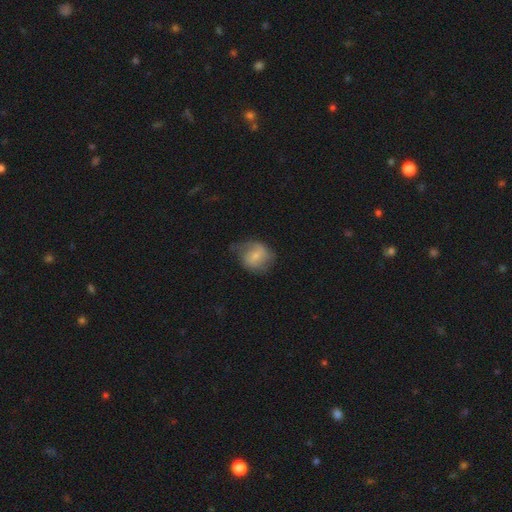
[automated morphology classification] This is possibly a smooth galaxy (48%). Merging: possibly none (53%).